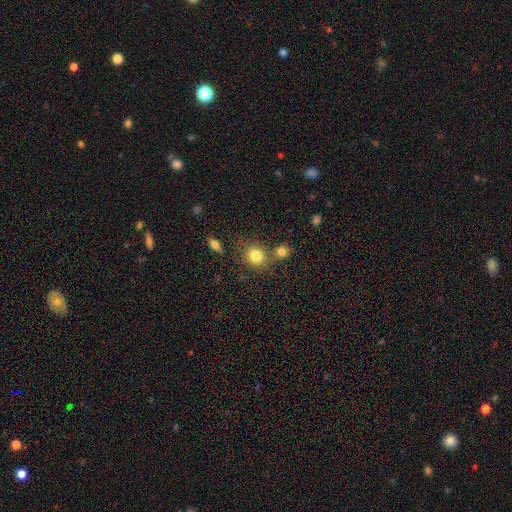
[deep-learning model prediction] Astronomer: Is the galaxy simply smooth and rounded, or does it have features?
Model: smooth — 82%.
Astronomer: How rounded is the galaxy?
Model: round — 79%.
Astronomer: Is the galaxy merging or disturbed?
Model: none — 63%.